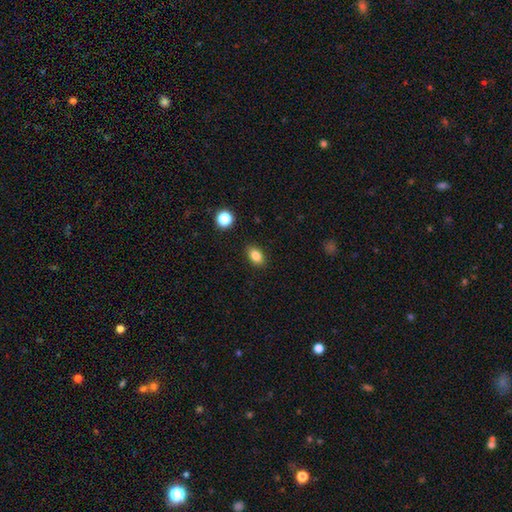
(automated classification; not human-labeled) smooth_or_featured: smooth (p=0.84) [alt: star or artifact p=0.10]
how_rounded: in between (p=0.84) [alt: round p=0.14]
merging: none (p=0.88) [alt: minor disturbance p=0.08]